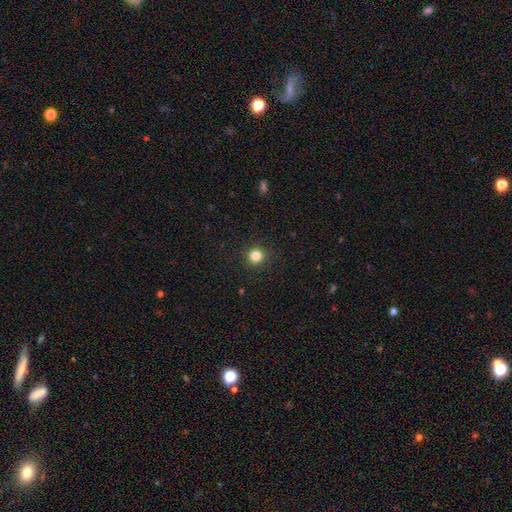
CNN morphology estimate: smooth_or_featured: smooth (p=0.82) [alt: star or artifact p=0.13]
how_rounded: round (p=0.94) [alt: in between p=0.05]
merging: none (p=0.92) [alt: minor disturbance p=0.05]